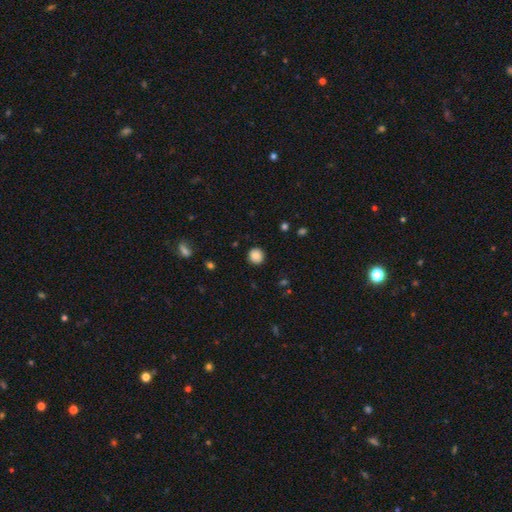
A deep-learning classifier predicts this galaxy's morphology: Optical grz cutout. It shows a smooth galaxy with no disk features (86%) that is round (92%). Merging: none (89%).